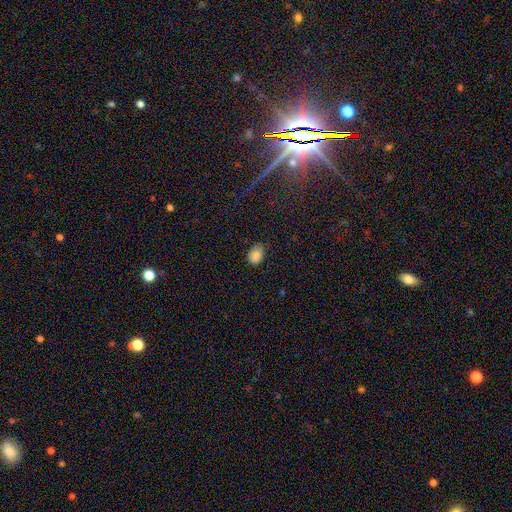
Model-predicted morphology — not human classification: Smooth or featured?
  - smooth: 85% *
  - star or artifact: 10%
  - featured or disk: 5%
How rounded?
  - in between: 68% *
  - round: 31%
  - cigar-shaped: 1%
Merging?
  - none: 71% *
  - minor disturbance: 24%
  - major disturbance: 4%
  - merger: 1%